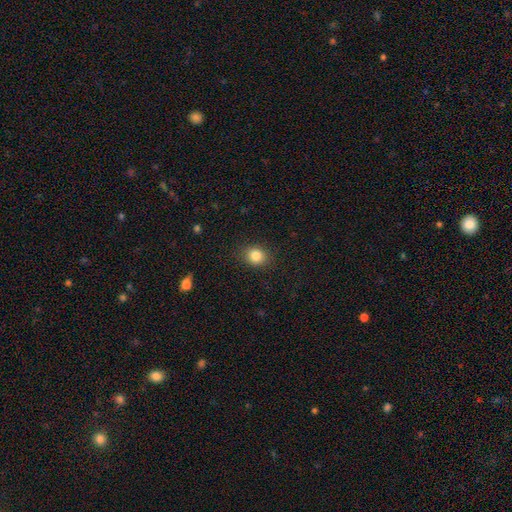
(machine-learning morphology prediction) Overall: smooth (83%). How rounded: round (66%; in between 33%). Merging: none (88%).